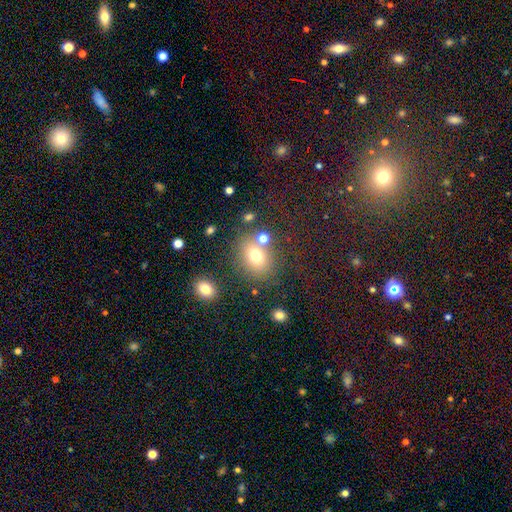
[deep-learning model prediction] The model was most divided on "how rounded": round: 52%, in between: 47%, cigar-shaped: 1%. More confident: smooth or featured — smooth (72%); merging — none (68%).